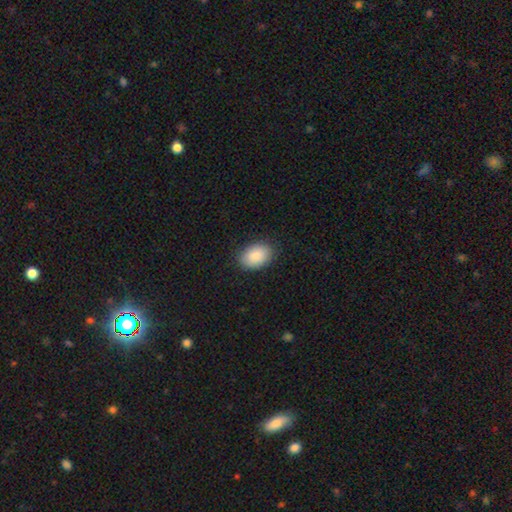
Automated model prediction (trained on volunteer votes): smooth 89%, star or artifact 6%, featured or disk 4%. Down the decision tree: how rounded — in between (86%); merging — none (87%).